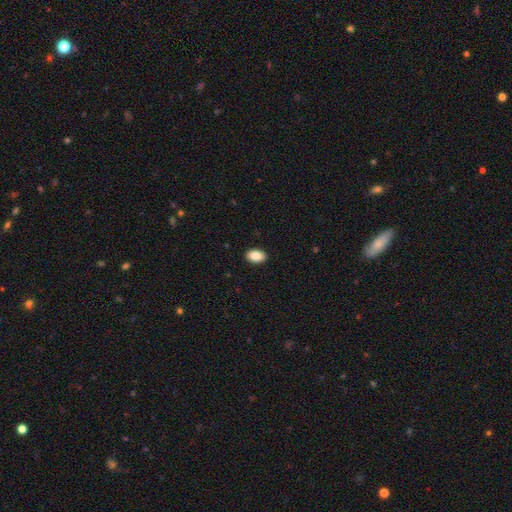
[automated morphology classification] smooth_or_featured: smooth (p=0.88) [alt: star or artifact p=0.07]
how_rounded: in between (p=0.90) [alt: round p=0.09]
merging: none (p=0.91) [alt: minor disturbance p=0.07]